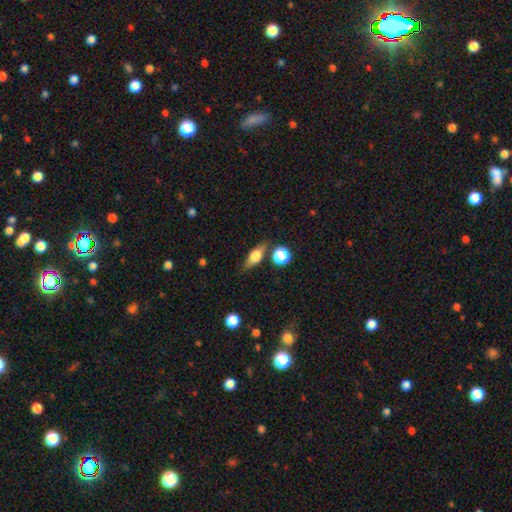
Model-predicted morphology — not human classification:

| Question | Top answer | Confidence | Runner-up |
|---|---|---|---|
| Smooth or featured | smooth | 57% | featured or disk (33%) |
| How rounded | in between | 62% | cigar-shaped (26%) |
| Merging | none | 75% | minor disturbance (15%) |